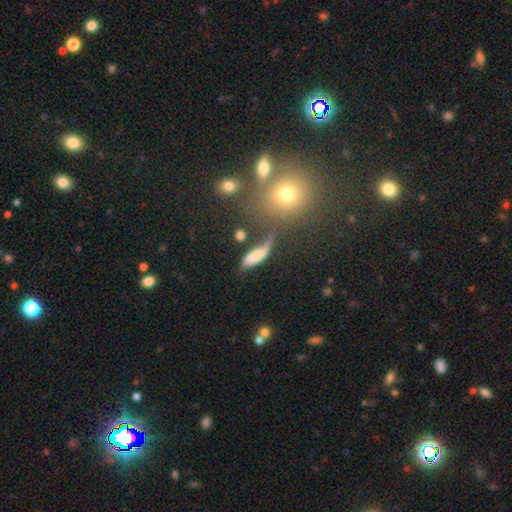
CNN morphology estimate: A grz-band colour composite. It shows a smooth galaxy with no disk features (53%) that is in between round and cigar-shaped (59%). Merging: none (32%).